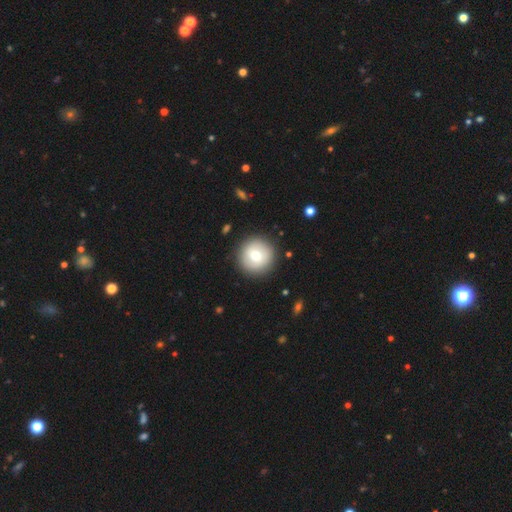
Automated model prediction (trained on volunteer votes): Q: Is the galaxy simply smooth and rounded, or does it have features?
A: smooth — 73%.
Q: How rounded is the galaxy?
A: round — 96%.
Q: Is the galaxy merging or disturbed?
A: none — 90%.